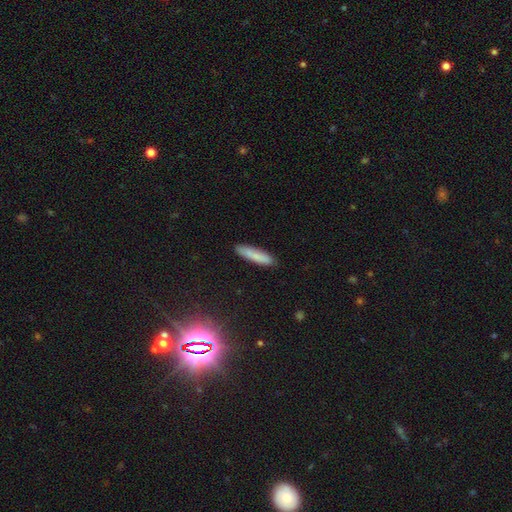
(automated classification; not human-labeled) The model was most divided on "how rounded": cigar-shaped: 81%, in between: 18%, round: 2%. More confident: merging — none (86%); smooth or featured — smooth (79%).